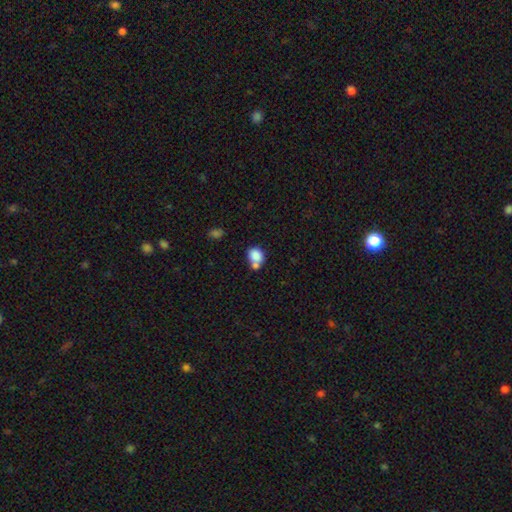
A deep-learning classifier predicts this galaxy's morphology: Smooth or featured?
  - smooth: 83% *
  - star or artifact: 9%
  - featured or disk: 8%
How rounded?
  - round: 52% *
  - in between: 47%
  - cigar-shaped: 1%
Merging?
  - merger: 43% *
  - none: 40%
  - minor disturbance: 12%
  - major disturbance: 5%